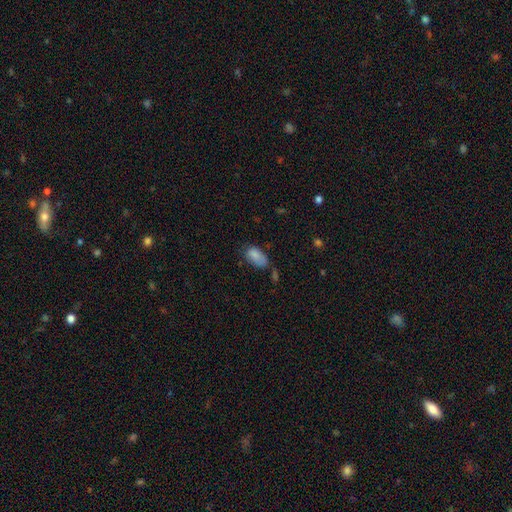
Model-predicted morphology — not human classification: Overall: smooth (83%). How rounded: in between (93%). Merging: none (47%; minor disturbance 35%).